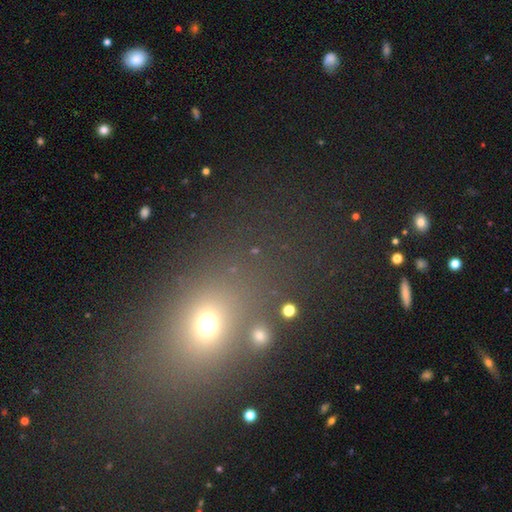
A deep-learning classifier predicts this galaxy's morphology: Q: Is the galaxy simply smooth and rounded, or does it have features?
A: smooth — 53%.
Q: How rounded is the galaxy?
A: in between — 56%.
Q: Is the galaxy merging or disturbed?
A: none — 79%.